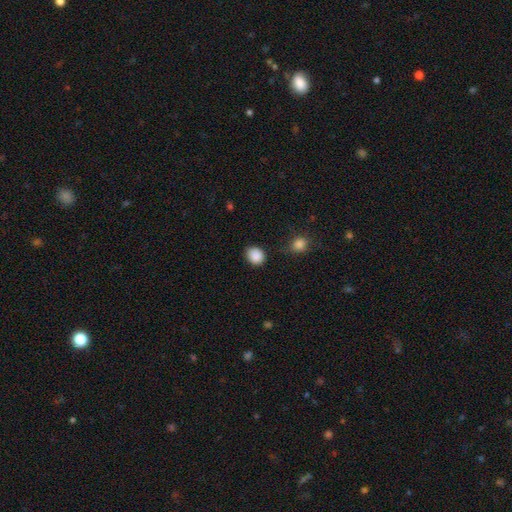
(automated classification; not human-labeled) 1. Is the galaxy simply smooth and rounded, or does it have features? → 89% smooth, 9% star or artifact, 3% featured or disk.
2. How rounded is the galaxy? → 63% round, 37% in between, 1% cigar-shaped.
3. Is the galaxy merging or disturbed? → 81% none, 13% minor disturbance, 4% major disturbance, 3% merger.